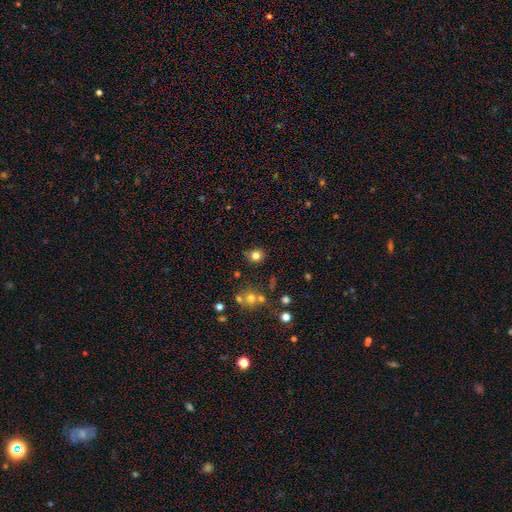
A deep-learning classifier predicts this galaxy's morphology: Smooth or featured?
  - smooth: 80% *
  - star or artifact: 13%
  - featured or disk: 7%
How rounded?
  - round: 83% *
  - in between: 16%
  - cigar-shaped: 1%
Merging?
  - none: 81% *
  - minor disturbance: 12%
  - merger: 4%
  - major disturbance: 3%